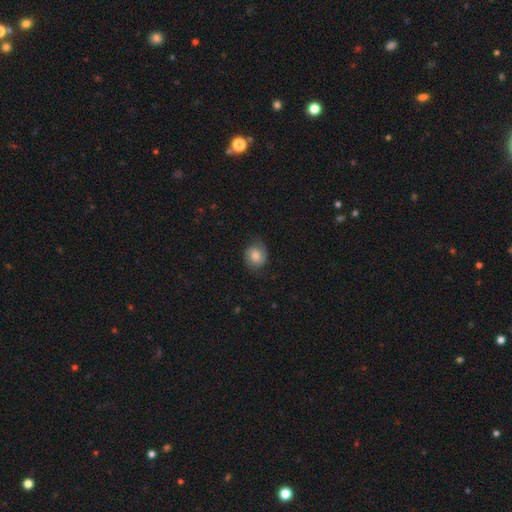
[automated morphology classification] A smooth galaxy with no disk features (64%) that is round (69%). Merging: none (72%).